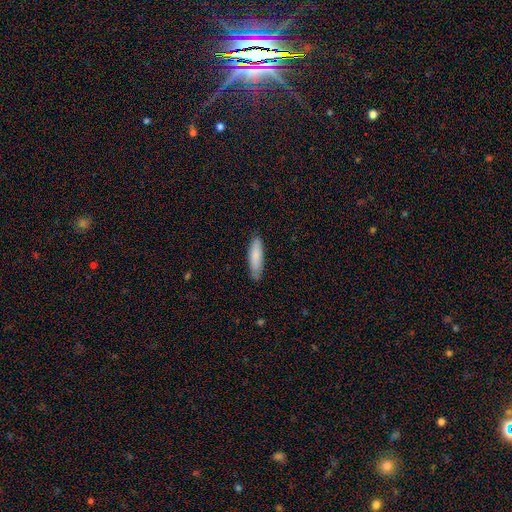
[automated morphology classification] A smooth galaxy with no disk features (83%) that is cigar-shaped (64%).

Vote fractions:
- Smooth or featured? smooth: 83% / featured or disk: 12% / star or artifact: 5%
- How rounded? cigar-shaped: 64% / in between: 35% / round: 1%
- Merging? none: 80% / minor disturbance: 16% / major disturbance: 2% / merger: 1%